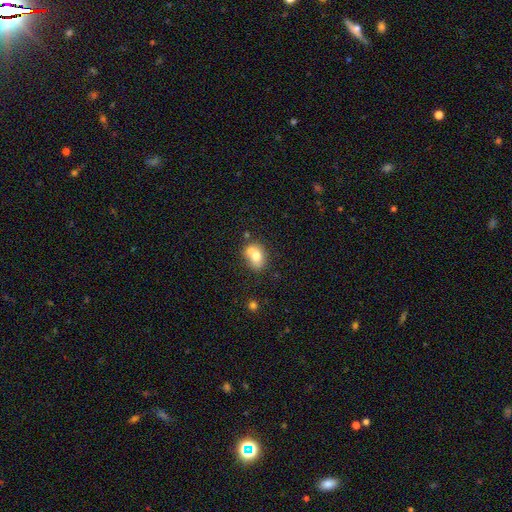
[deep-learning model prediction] smooth_or_featured: smooth (p=0.71) [alt: featured or disk p=0.19]
how_rounded: in between (p=0.55) [alt: round p=0.44]
merging: none (p=0.48) [alt: merger p=0.30]